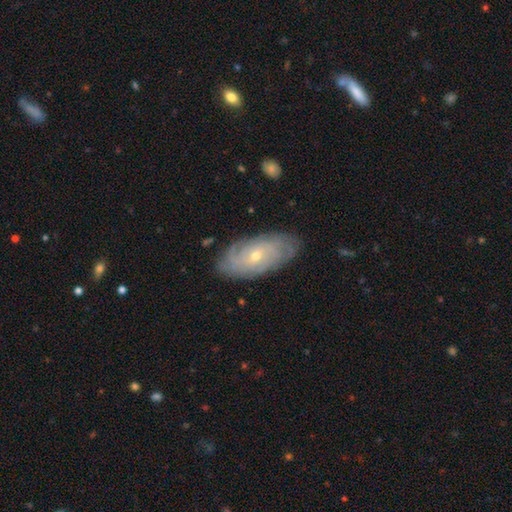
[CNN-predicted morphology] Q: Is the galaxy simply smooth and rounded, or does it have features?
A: featured or disk — 72%.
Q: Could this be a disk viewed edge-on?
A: no — 91%.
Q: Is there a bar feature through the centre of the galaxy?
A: no — 75%.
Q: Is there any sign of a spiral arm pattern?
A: yes — 88%.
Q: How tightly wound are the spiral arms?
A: tight — 72%.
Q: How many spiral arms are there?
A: can't tell — 56%.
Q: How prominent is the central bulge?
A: small — 69%.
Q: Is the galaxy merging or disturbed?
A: none — 81%.